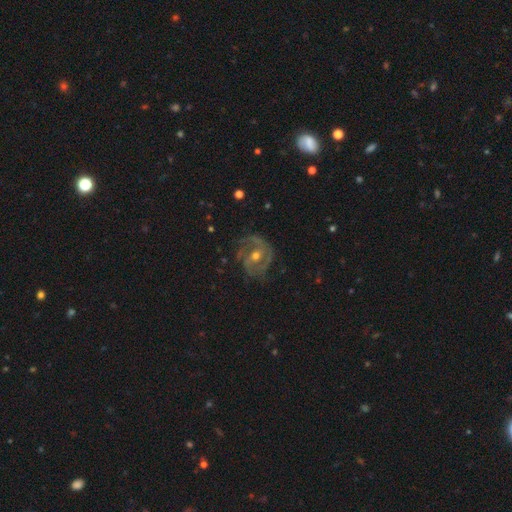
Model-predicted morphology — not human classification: Q: Smooth or featured?
A: featured or disk (84%); runner-up: star or artifact (8%)
Q: Edge-on disk?
A: no (97%); runner-up: yes (3%)
Q: Bar?
A: no (46%); runner-up: weak (39%)
Q: Spiral arms?
A: yes (94%); runner-up: no (6%)
Q: Spiral winding?
A: medium (46%); runner-up: tight (42%)
Q: Spiral arm count?
A: 2 (51%); runner-up: 3 (21%)
Q: Bulge size?
A: moderate (59%); runner-up: small (37%)
Q: Merging?
A: none (72%); runner-up: minor disturbance (17%)